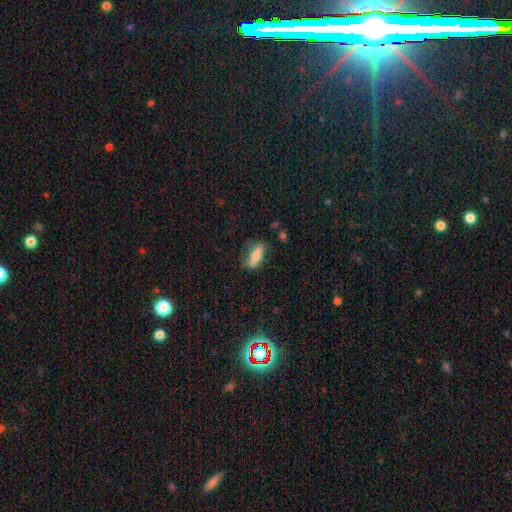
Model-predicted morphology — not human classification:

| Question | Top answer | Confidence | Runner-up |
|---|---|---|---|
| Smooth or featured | smooth | 71% | featured or disk (21%) |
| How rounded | in between | 64% | cigar-shaped (33%) |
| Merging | none | 69% | minor disturbance (21%) |